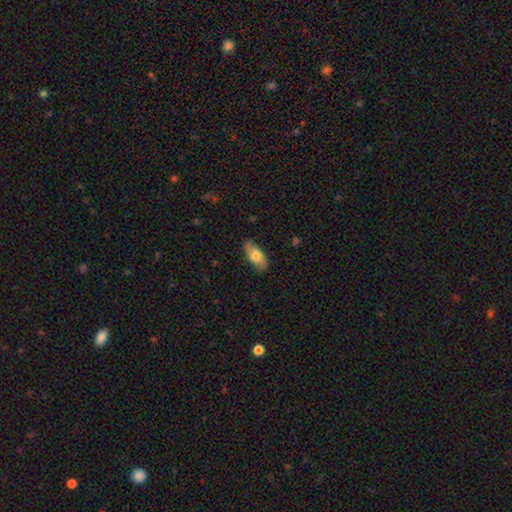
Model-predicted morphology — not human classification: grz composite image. It shows a smooth galaxy with no disk features (62%) that is in between round and cigar-shaped (89%). Merging: none (79%).